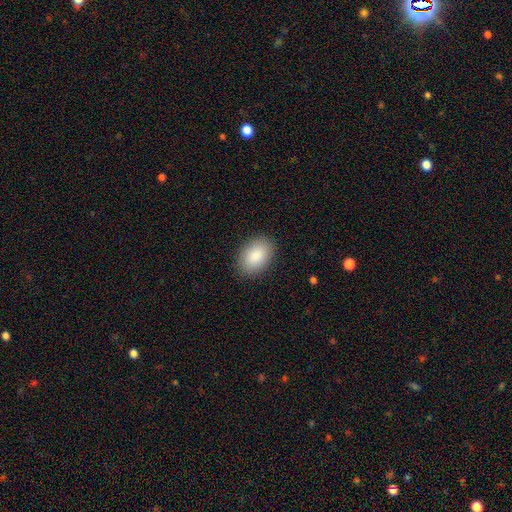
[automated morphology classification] Smooth or featured? smooth (89%)
How rounded? in between (89%)
Merging? none (88%)